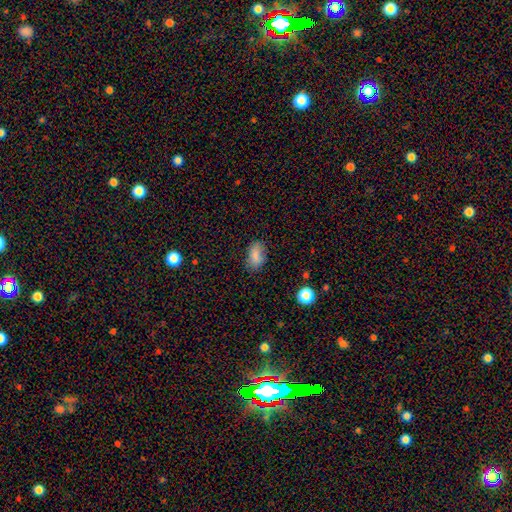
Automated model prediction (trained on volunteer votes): Smooth or featured?
  - smooth: 84% *
  - star or artifact: 10%
  - featured or disk: 6%
How rounded?
  - in between: 91% *
  - round: 6%
  - cigar-shaped: 3%
Merging?
  - none: 76% *
  - minor disturbance: 18%
  - major disturbance: 4%
  - merger: 2%